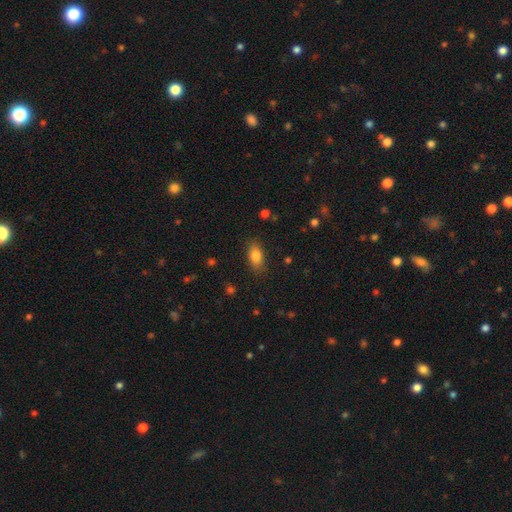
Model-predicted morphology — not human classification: Smooth or featured: smooth — 83% (star or artifact — 9%)
How rounded: in between — 86% (cigar-shaped — 7%)
Merging: none — 84% (minor disturbance — 12%)